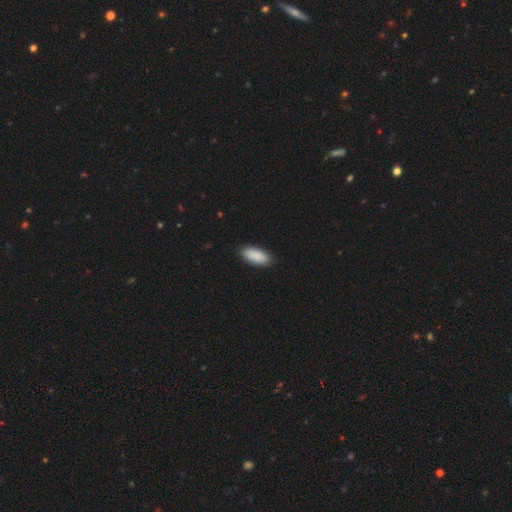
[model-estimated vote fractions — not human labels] This appears to be a smooth galaxy with no disk features (91%) that is in between round and cigar-shaped (85%). Merging: none (88%).